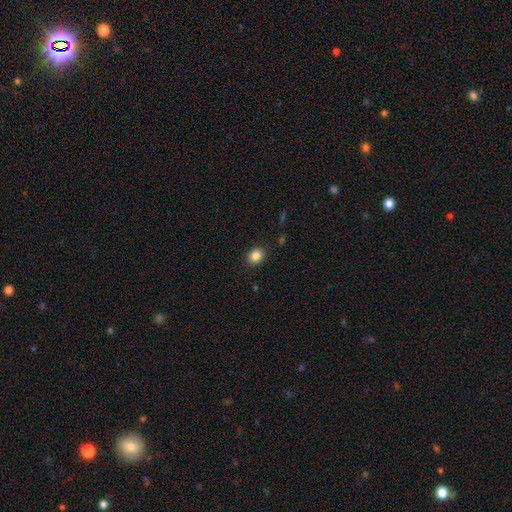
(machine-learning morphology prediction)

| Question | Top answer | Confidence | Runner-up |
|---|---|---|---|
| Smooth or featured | smooth | 85% | star or artifact (11%) |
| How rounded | round | 70% | in between (29%) |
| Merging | none | 90% | minor disturbance (7%) |